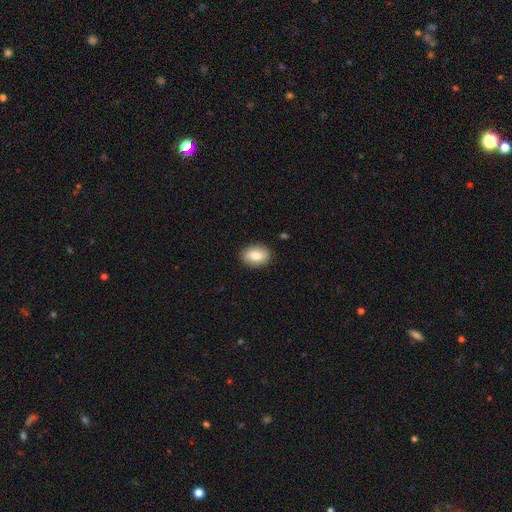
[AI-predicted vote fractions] Smooth or featured?
  - smooth: 82% *
  - featured or disk: 11%
  - star or artifact: 7%
How rounded?
  - in between: 80% *
  - round: 19%
  - cigar-shaped: 1%
Merging?
  - none: 89% *
  - minor disturbance: 8%
  - major disturbance: 2%
  - merger: 1%